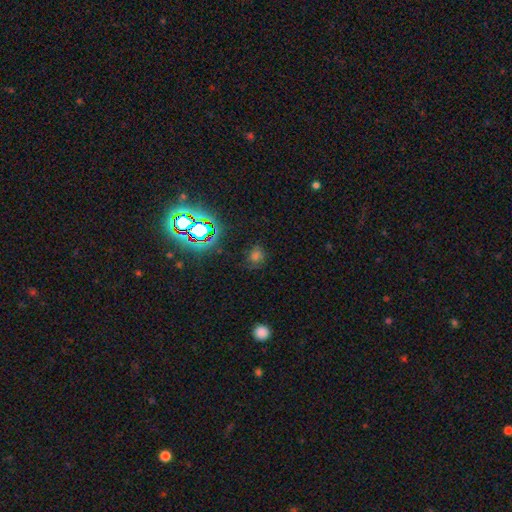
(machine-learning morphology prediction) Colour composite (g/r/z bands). It shows a smooth galaxy with no disk features (54%) that is round (74%). Merging: none (74%).